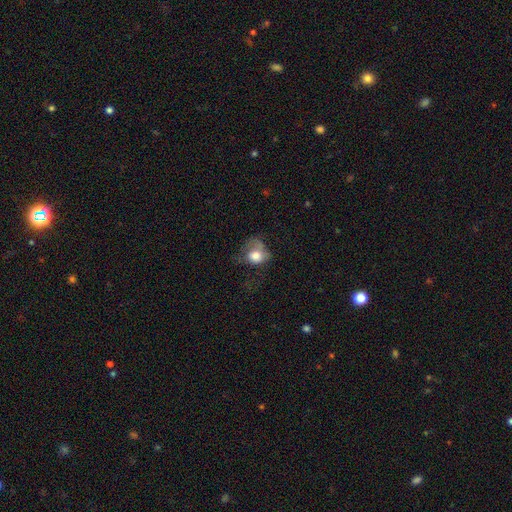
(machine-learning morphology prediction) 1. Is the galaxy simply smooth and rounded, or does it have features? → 69% smooth, 22% featured or disk, 9% star or artifact.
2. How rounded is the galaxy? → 53% round, 46% in between, 1% cigar-shaped.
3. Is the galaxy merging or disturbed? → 48% major disturbance, 25% minor disturbance, 23% none, 3% merger.